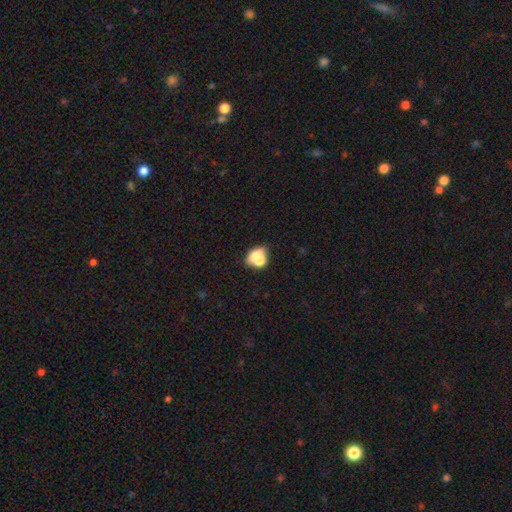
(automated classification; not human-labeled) smooth_or_featured: smooth (p=0.64) [alt: featured or disk p=0.25]
how_rounded: in between (p=0.53) [alt: round p=0.45]
merging: merger (p=0.48) [alt: none p=0.30]